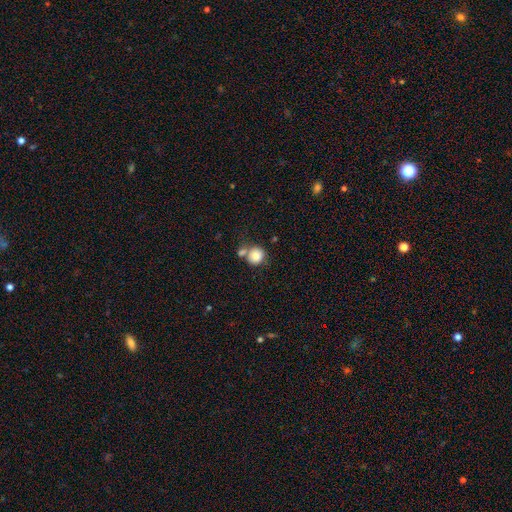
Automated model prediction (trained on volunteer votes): This appears to be a smooth galaxy with no disk features (82%) that is round (88%). Merging: none (53%).